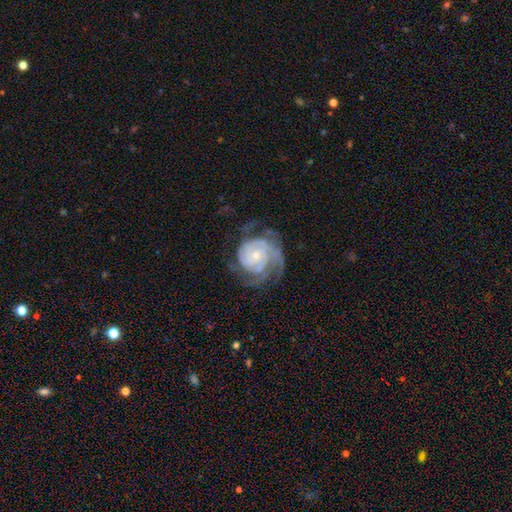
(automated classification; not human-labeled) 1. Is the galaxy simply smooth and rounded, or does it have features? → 87% featured or disk, 7% smooth, 6% star or artifact.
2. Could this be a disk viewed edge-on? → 98% no, 2% yes.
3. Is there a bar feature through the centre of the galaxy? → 75% no, 20% weak, 5% strong.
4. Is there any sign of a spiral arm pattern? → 96% yes, 4% no.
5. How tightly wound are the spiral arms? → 64% tight, 29% medium, 7% loose.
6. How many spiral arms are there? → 32% 3, 22% can't tell, 21% 2, 13% 4, 6% 1, 6% more than 4.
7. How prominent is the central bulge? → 70% small, 25% moderate, 2% none, 2% large, 1% dominant.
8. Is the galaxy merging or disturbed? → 56% none, 21% major disturbance, 21% minor disturbance, 2% merger.